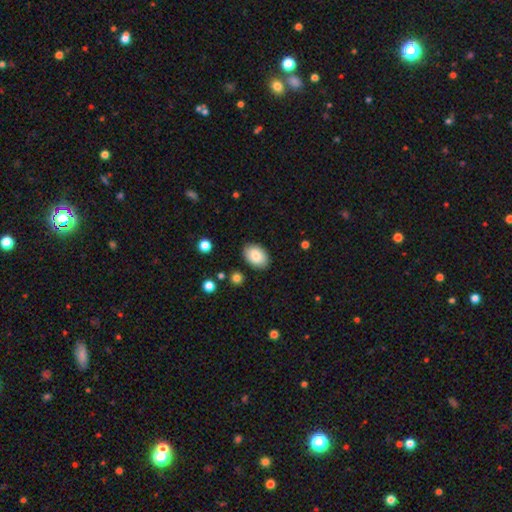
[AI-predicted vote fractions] The model was most divided on "smooth or featured": smooth: 83%, featured or disk: 10%, star or artifact: 7%. More confident: how rounded — in between (87%); merging — none (85%).